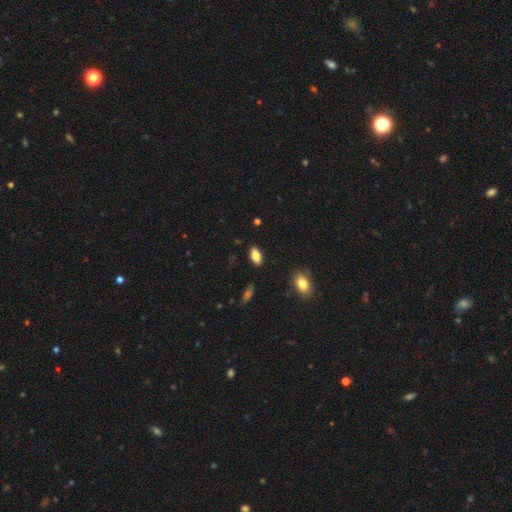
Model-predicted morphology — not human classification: Smooth or featured? Predicted: smooth (p=0.82). How rounded? Predicted: in between (p=0.90). Merging? Predicted: none (p=0.87).